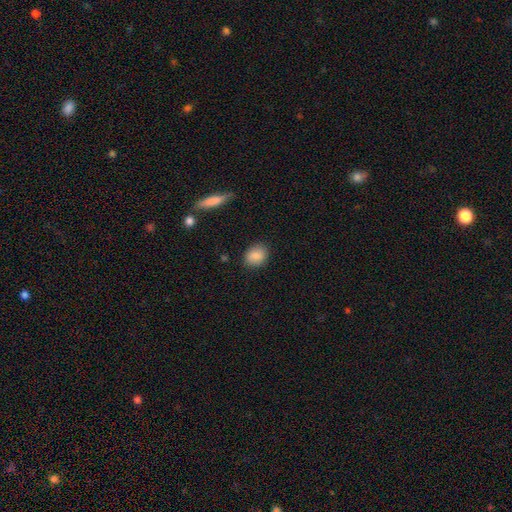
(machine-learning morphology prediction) Q: Smooth or featured?
A: smooth (87%); runner-up: star or artifact (8%)
Q: How rounded?
A: round (52%); runner-up: in between (46%)
Q: Merging?
A: none (85%); runner-up: minor disturbance (11%)